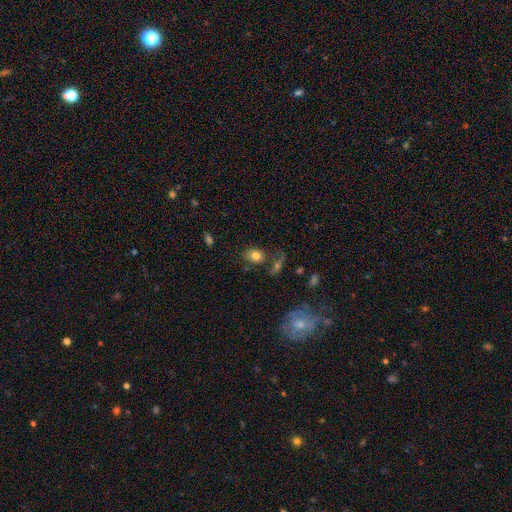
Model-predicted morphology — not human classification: smooth 79%, featured or disk 11%, star or artifact 10%. Down the decision tree: how rounded — in between (64%); merging — none (61%).